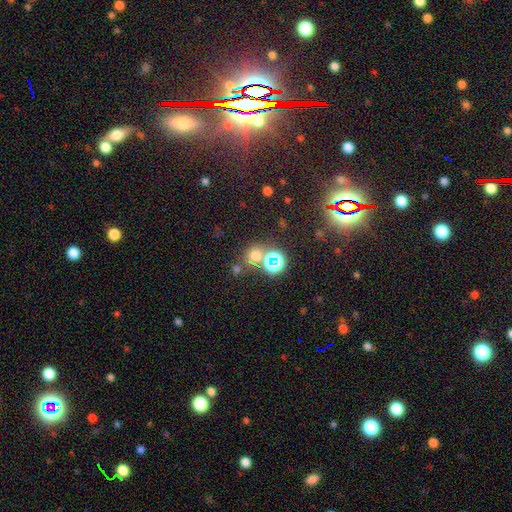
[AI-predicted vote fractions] Smooth or featured?
  - smooth: 56% *
  - star or artifact: 35%
  - featured or disk: 8%
How rounded?
  - round: 84% *
  - in between: 15%
  - cigar-shaped: 1%
Merging?
  - none: 66% *
  - merger: 21%
  - minor disturbance: 9%
  - major disturbance: 5%